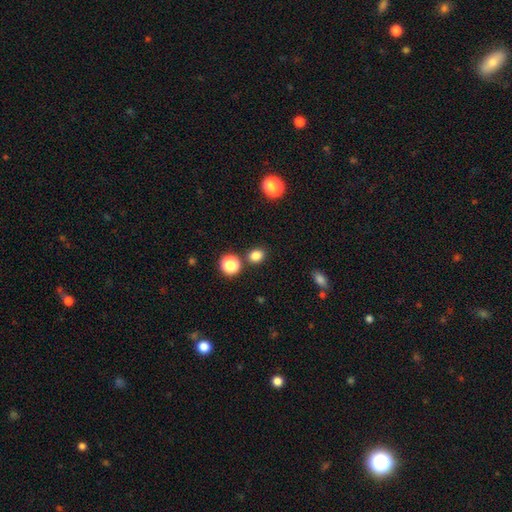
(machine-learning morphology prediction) Smooth or featured?
  - smooth: 82% *
  - star or artifact: 14%
  - featured or disk: 4%
How rounded?
  - round: 58% *
  - in between: 41%
  - cigar-shaped: 1%
Merging?
  - none: 80% *
  - minor disturbance: 9%
  - merger: 8%
  - major disturbance: 3%